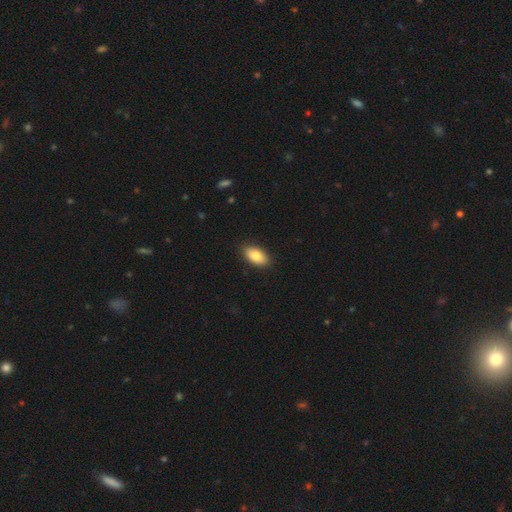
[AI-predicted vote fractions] This is clearly a smooth galaxy (84%). How rounded: clearly in between (93%). Merging: clearly none (89%).